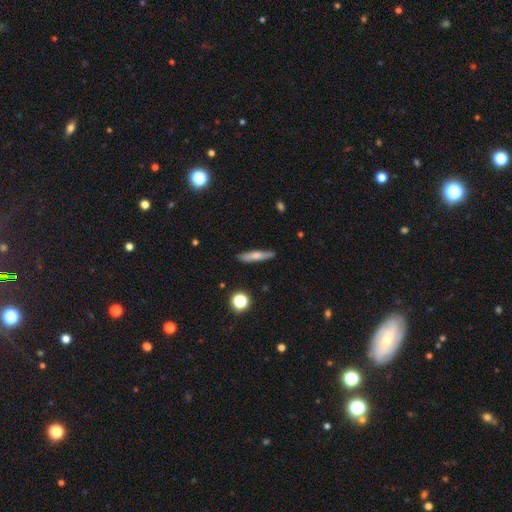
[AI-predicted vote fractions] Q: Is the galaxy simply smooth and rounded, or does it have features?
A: smooth — 62%.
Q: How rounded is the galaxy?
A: cigar-shaped — 86%.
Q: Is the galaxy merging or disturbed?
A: none — 87%.